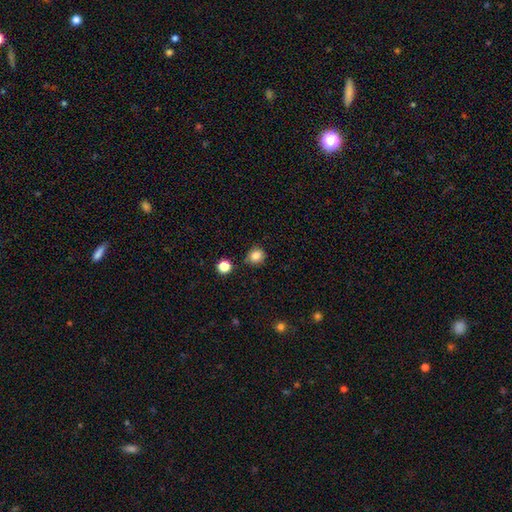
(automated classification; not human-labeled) Smooth or featured: smooth — 83% (star or artifact — 12%)
How rounded: round — 80% (in between — 19%)
Merging: none — 78% (minor disturbance — 15%)